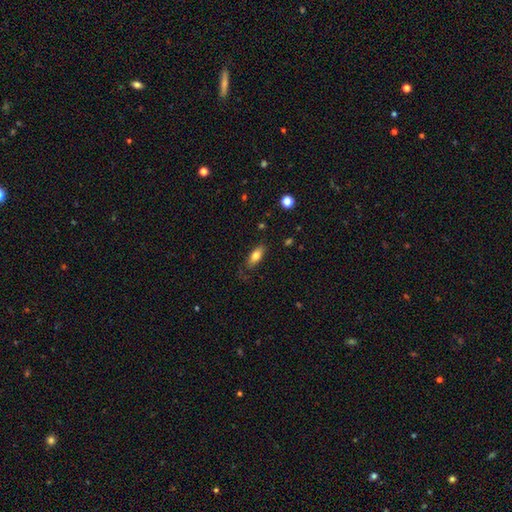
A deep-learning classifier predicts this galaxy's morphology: Smooth or featured? Predicted: smooth (p=0.76). How rounded? Predicted: in between (p=0.79). Merging? Predicted: none (p=0.74).